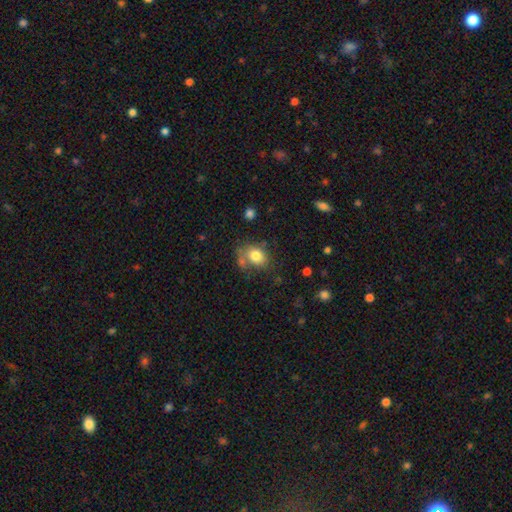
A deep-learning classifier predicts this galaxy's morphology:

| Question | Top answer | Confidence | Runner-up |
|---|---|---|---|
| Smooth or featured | smooth | 79% | featured or disk (12%) |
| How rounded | in between | 60% | round (39%) |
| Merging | none | 59% | minor disturbance (21%) |